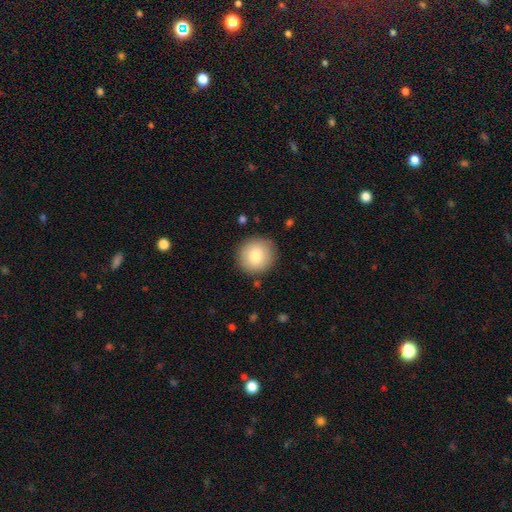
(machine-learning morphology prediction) Q: Smooth or featured?
A: smooth (81%); runner-up: featured or disk (11%)
Q: How rounded?
A: round (93%); runner-up: in between (6%)
Q: Merging?
A: none (88%); runner-up: minor disturbance (8%)